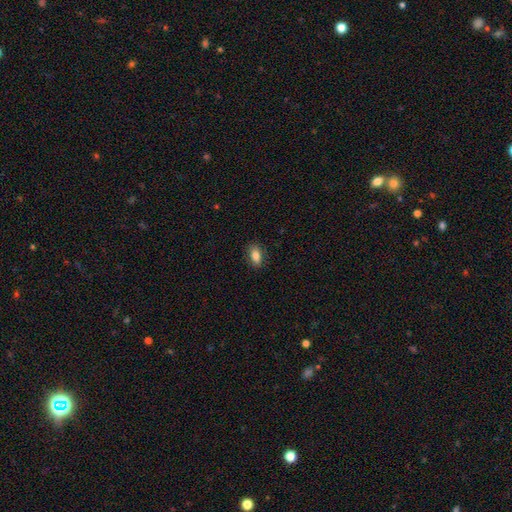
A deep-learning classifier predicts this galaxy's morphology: type=smooth (85%); roundness=in between (88%); merging=none (87%).